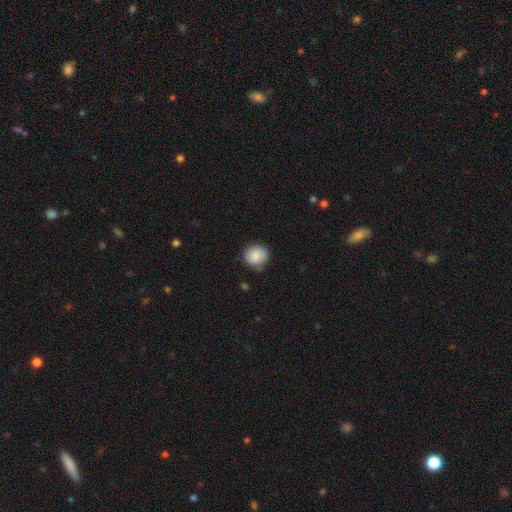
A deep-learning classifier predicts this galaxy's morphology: This appears to be a smooth galaxy with no disk features (82%) that is round (88%). Merging: none (81%).